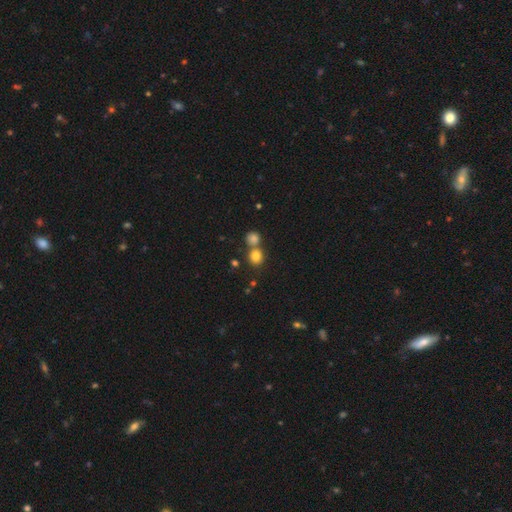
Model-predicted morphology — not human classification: smooth_or_featured: smooth (p=0.81) [alt: star or artifact p=0.13]
how_rounded: round (p=0.84) [alt: in between p=0.15]
merging: none (p=0.56) [alt: merger p=0.34]